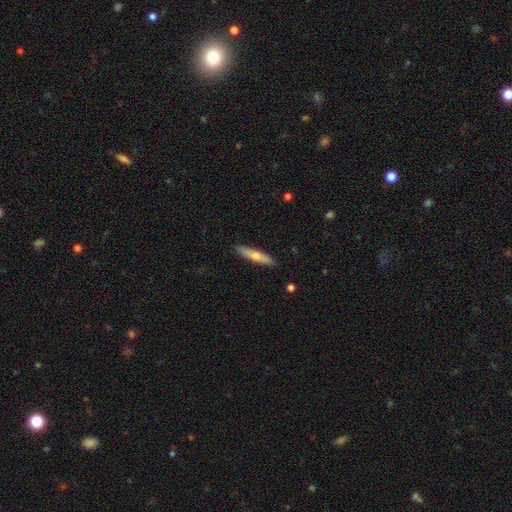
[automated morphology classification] Smooth or featured? Predicted: smooth (p=0.55). How rounded? Predicted: cigar-shaped (p=0.88). Merging? Predicted: none (p=0.90).